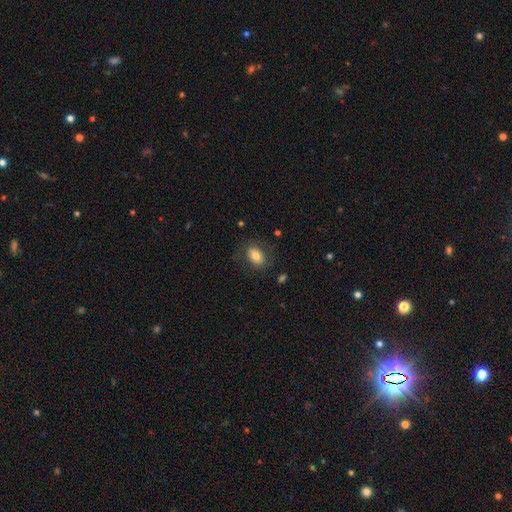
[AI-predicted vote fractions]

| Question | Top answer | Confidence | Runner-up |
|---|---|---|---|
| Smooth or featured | smooth | 74% | featured or disk (18%) |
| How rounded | in between | 77% | round (21%) |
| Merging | none | 75% | minor disturbance (15%) |